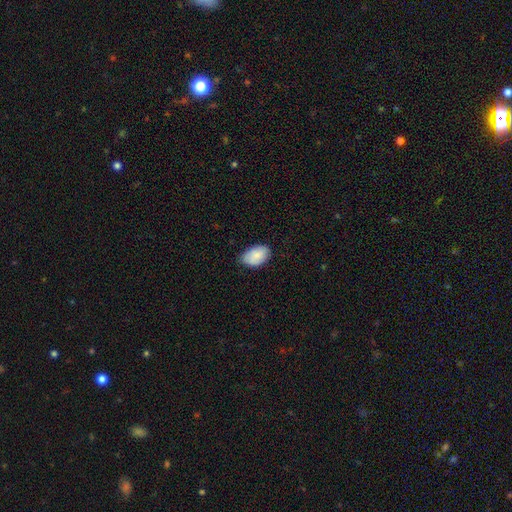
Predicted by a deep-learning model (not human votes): Overall: smooth (84%). How rounded: in between (92%). Merging: none (74%).